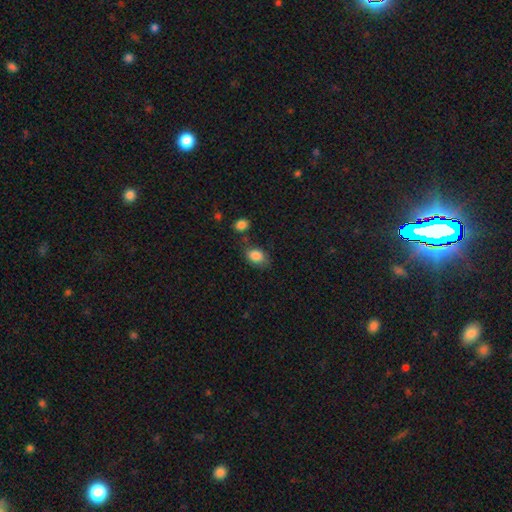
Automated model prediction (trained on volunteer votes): Q: Smooth or featured?
A: smooth (85%); runner-up: star or artifact (8%)
Q: How rounded?
A: in between (79%); runner-up: round (20%)
Q: Merging?
A: none (67%); runner-up: minor disturbance (21%)